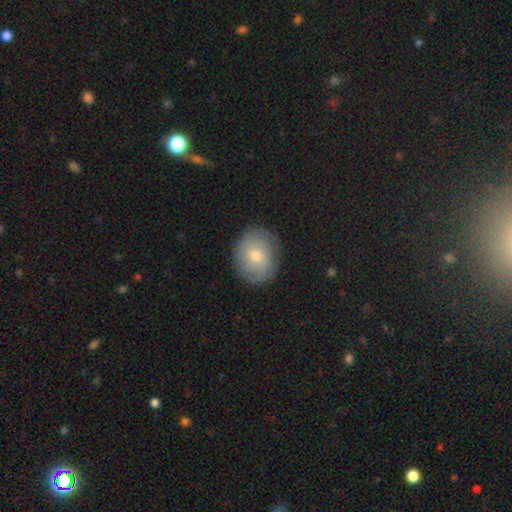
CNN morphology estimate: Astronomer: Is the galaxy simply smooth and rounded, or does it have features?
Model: smooth — 47% (runner-up: featured or disk, 44%).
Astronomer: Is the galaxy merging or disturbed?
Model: none — 83%.